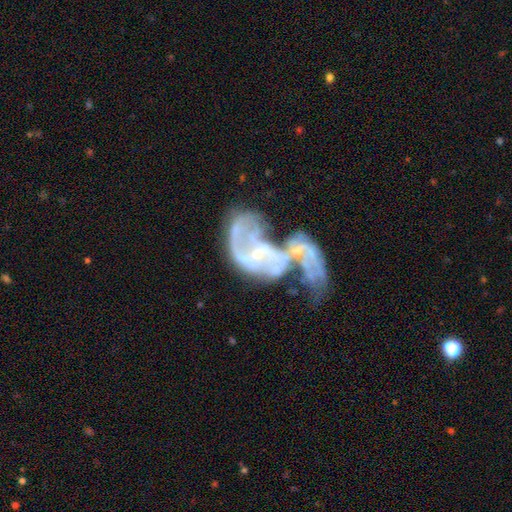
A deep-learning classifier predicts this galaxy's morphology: type=featured or disk (76%); edge-on=no (97%); bar=no (67%); spiral arms=yes (63%); bulge=small (50%); merging=merger (70%).